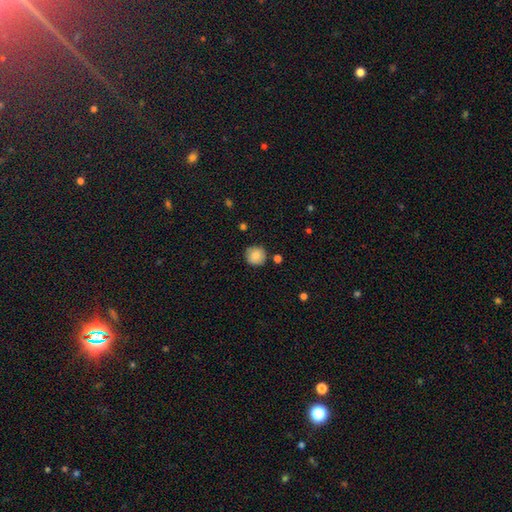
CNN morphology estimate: Q: Smooth or featured?
A: smooth (85%); runner-up: star or artifact (8%)
Q: How rounded?
A: round (94%); runner-up: in between (5%)
Q: Merging?
A: none (83%); runner-up: minor disturbance (11%)